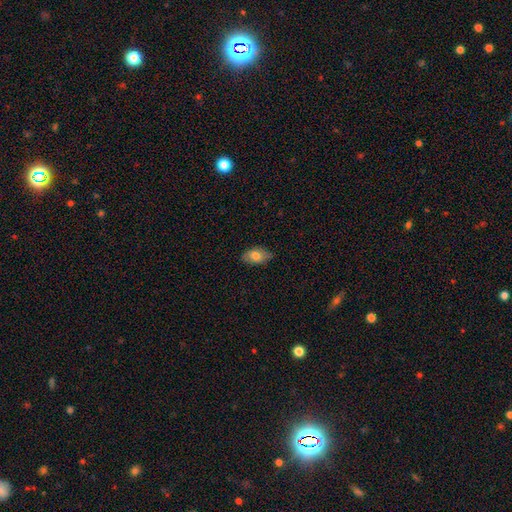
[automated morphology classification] This appears to be a smooth galaxy with no disk features (75%) that is in between round and cigar-shaped (91%). Merging: none (77%).